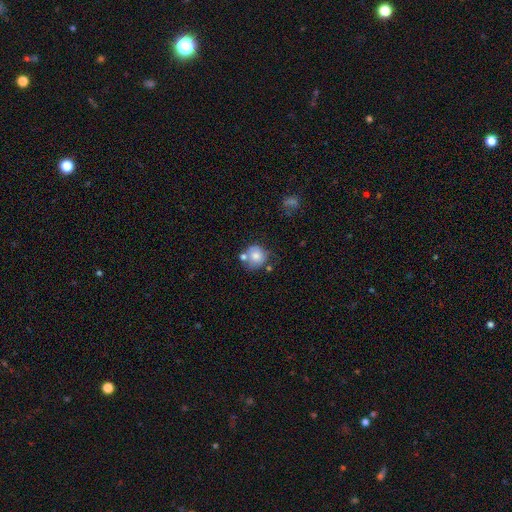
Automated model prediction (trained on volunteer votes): Smooth or featured? smooth (75%)
How rounded? round (87%)
Merging? none (54%)